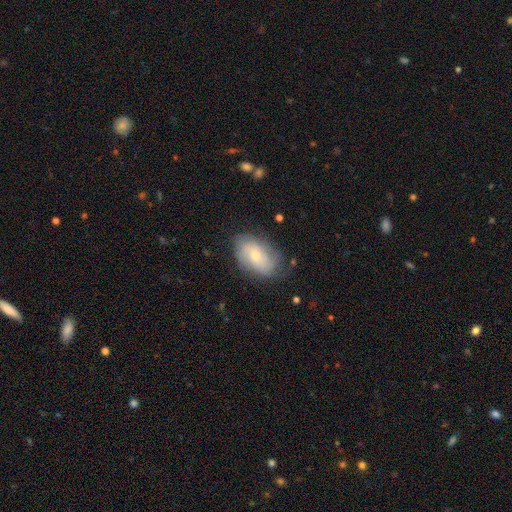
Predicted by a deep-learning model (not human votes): Smooth or featured? smooth (51%)
How rounded? in between (90%)
Merging? none (70%)